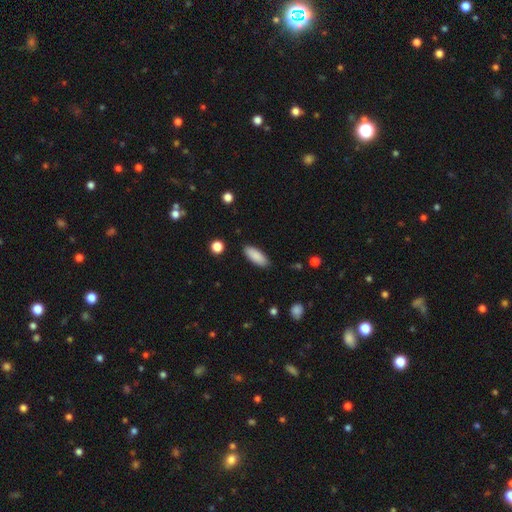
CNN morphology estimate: A smooth galaxy with no disk features (88%) that is in between round and cigar-shaped (73%).

Vote fractions:
- Smooth or featured? smooth: 88% / star or artifact: 6% / featured or disk: 5%
- How rounded? in between: 73% / cigar-shaped: 25% / round: 2%
- Merging? none: 88% / minor disturbance: 9% / major disturbance: 2% / merger: 1%